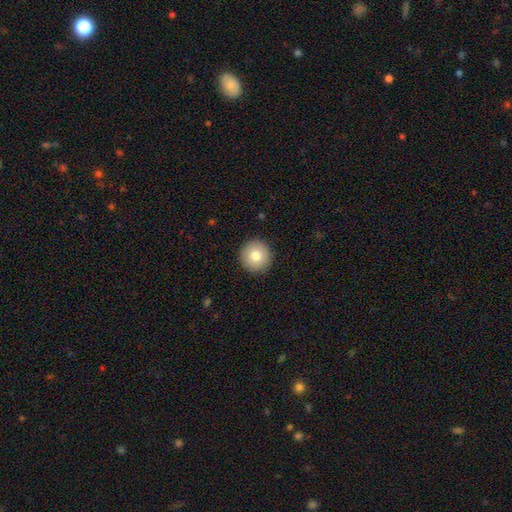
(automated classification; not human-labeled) A smooth galaxy with no disk features (80%) that is round (96%).

Vote fractions:
- Smooth or featured? smooth: 80% / featured or disk: 11% / star or artifact: 9%
- How rounded? round: 96% / in between: 3% / cigar-shaped: 1%
- Merging? none: 92% / minor disturbance: 5% / major disturbance: 2% / merger: 1%